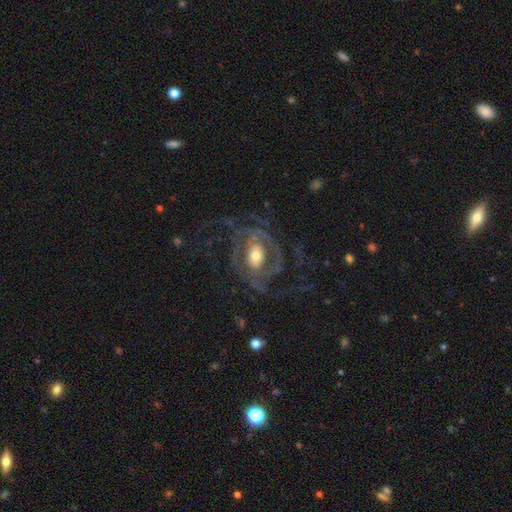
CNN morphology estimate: A featured or disk galaxy (83%) with no bar (59%), 2 (38%) medium (41%) spiral arms (82%) and a moderate central bulge (60%).

Vote fractions:
- Smooth or featured? featured or disk: 83% / smooth: 11% / star or artifact: 6%
- Edge-on disk? no: 97% / yes: 3%
- Bar? no: 59% / weak: 27% / strong: 14%
- Spiral arms? yes: 82% / no: 18%
- Spiral winding? medium: 41% / tight: 32% / loose: 26%
- Spiral arm count? 2: 38% / can't tell: 22% / 3: 16% / 1: 9% / 4: 8% / more than 4: 7%
- Bulge size? moderate: 60% / small: 20% / large: 16% / dominant: 2% / none: 1%
- Merging? none: 52% / major disturbance: 30% / minor disturbance: 16% / merger: 2%